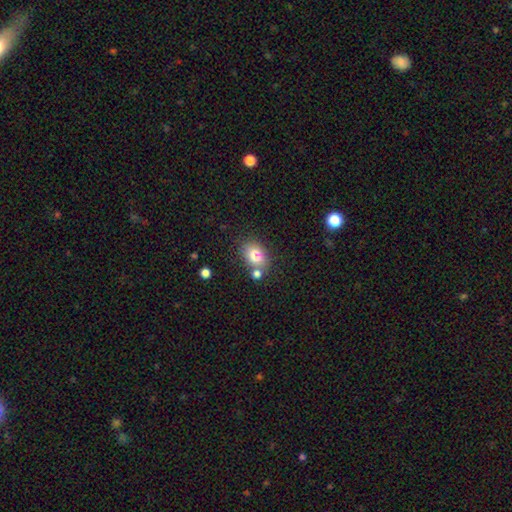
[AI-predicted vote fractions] This appears to be a smooth galaxy with no disk features (81%) that is in between round and cigar-shaped (71%). Merging: none (63%).